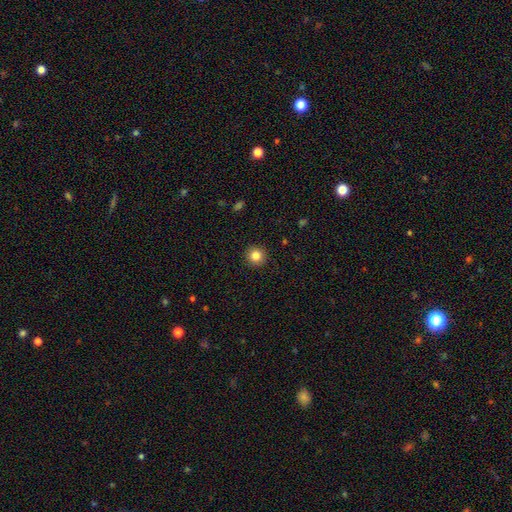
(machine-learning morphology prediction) smooth-or-featured: smooth: 84% | star or artifact: 11% | featured or disk: 6%
  how-rounded: round: 95% | in between: 4% | cigar-shaped: 1%
  merging: none: 93% | minor disturbance: 5% | major disturbance: 2% | merger: 1%